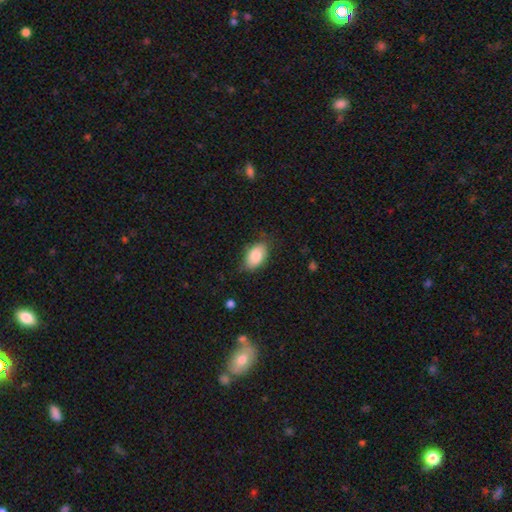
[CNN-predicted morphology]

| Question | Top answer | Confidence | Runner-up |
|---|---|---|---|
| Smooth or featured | smooth | 85% | featured or disk (9%) |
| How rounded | in between | 92% | round (7%) |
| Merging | none | 73% | minor disturbance (21%) |